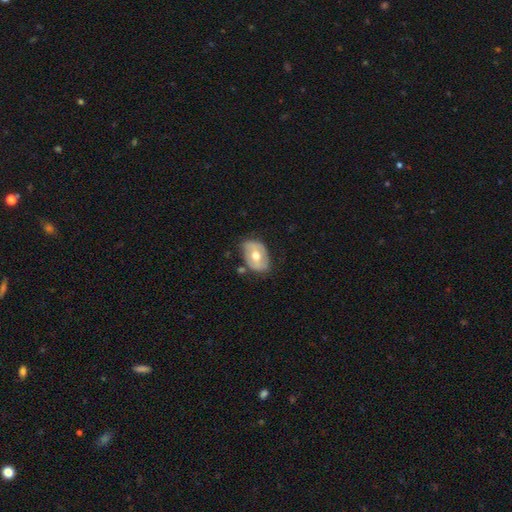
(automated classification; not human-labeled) Smooth or featured? Predicted: featured or disk (p=0.49). Merging? Predicted: none (p=0.67).